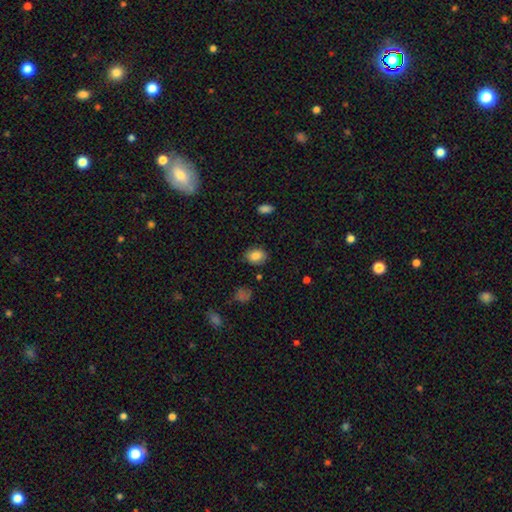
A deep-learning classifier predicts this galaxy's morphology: smooth-or-featured: smooth: 85% | star or artifact: 9% | featured or disk: 6%
  how-rounded: in between: 69% | round: 30% | cigar-shaped: 1%
  merging: none: 83% | minor disturbance: 13% | major disturbance: 3% | merger: 2%